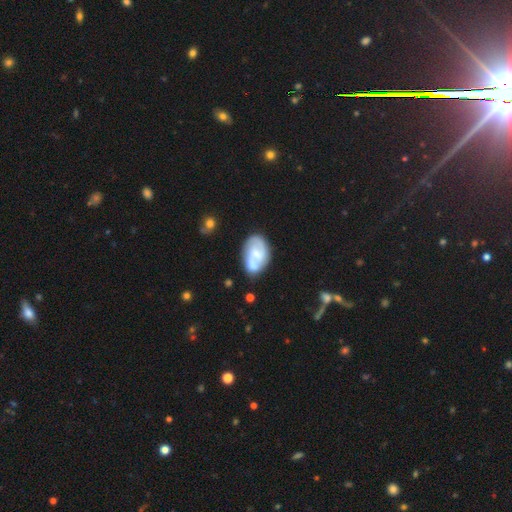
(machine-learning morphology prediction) Smooth or featured? featured or disk (65%)
Edge-on disk? no (97%)
Bar? no (50%)
Spiral arms? yes (87%)
Spiral winding? medium (45%)
Spiral arm count? 2 (65%)
Bulge size? small (44%)
Merging? none (62%)